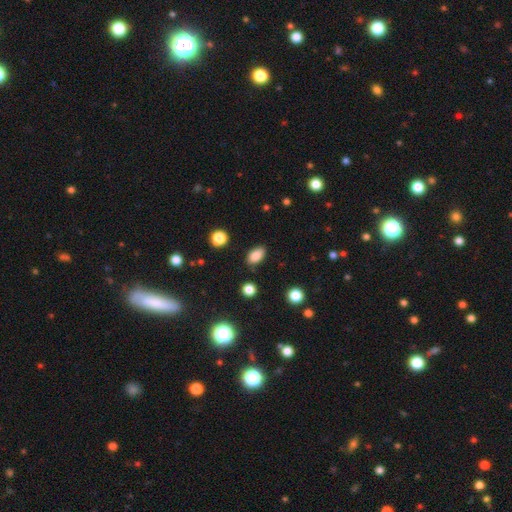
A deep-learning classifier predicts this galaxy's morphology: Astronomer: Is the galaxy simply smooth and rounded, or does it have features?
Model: smooth — 84%.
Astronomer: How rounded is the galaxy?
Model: in between — 89%.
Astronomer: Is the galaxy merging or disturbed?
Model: none — 84%.